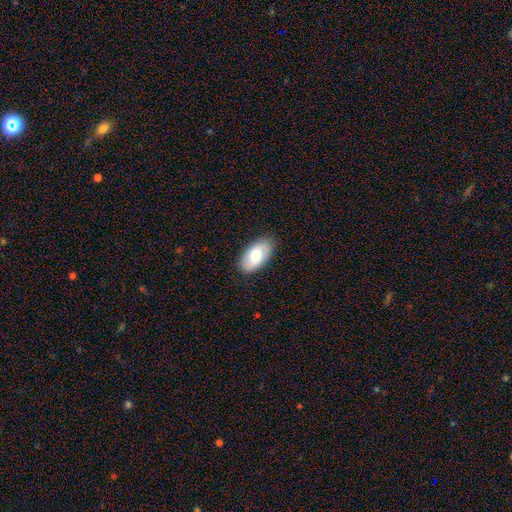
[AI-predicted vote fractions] Q: Smooth or featured?
A: smooth (68%); runner-up: featured or disk (27%)
Q: How rounded?
A: in between (95%); runner-up: round (3%)
Q: Merging?
A: none (85%); runner-up: minor disturbance (12%)